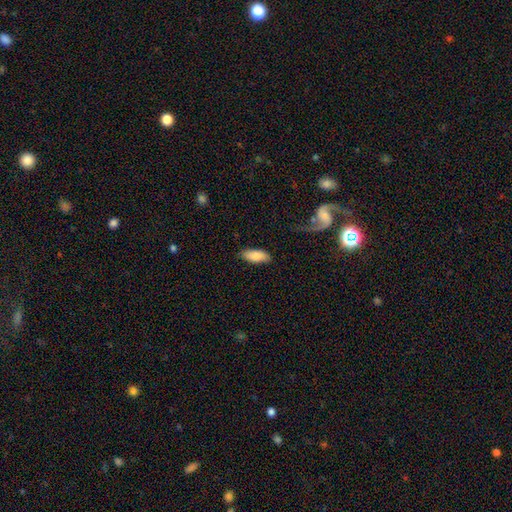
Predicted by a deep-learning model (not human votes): Smooth or featured: smooth — 84% (featured or disk — 10%)
How rounded: in between — 84% (cigar-shaped — 14%)
Merging: none — 81% (minor disturbance — 14%)